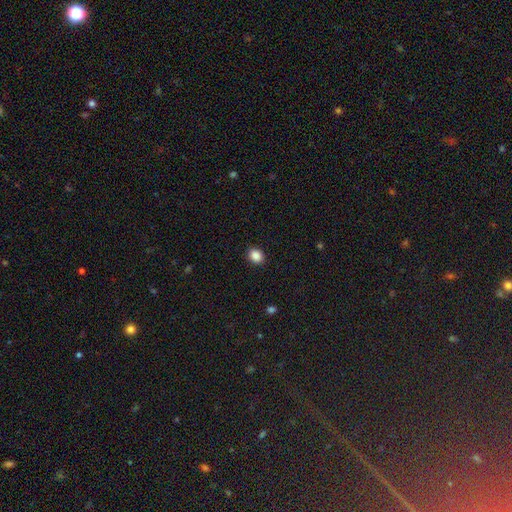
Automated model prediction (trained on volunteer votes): smooth_or_featured: smooth (p=0.88) [alt: star or artifact p=0.09]
how_rounded: round (p=0.59) [alt: in between p=0.40]
merging: none (p=0.90) [alt: minor disturbance p=0.07]